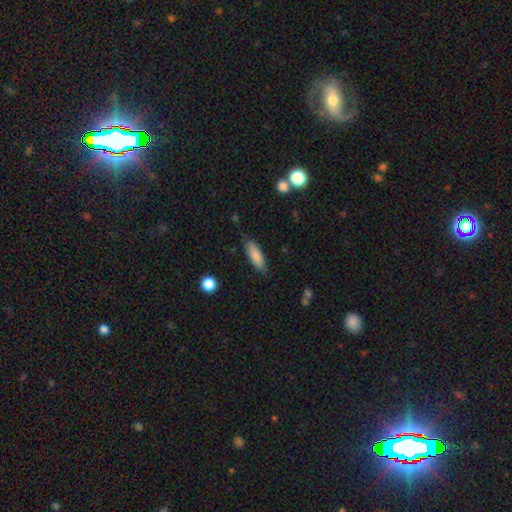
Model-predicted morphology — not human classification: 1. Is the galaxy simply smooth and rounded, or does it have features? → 85% smooth, 9% featured or disk, 6% star or artifact.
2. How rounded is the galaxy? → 57% in between, 42% cigar-shaped, 2% round.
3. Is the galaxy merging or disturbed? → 79% none, 16% minor disturbance, 3% major disturbance, 2% merger.